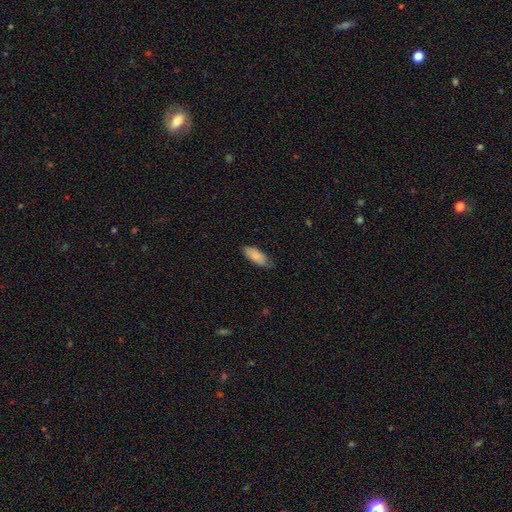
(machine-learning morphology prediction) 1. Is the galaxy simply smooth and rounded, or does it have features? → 80% smooth, 14% featured or disk, 6% star or artifact.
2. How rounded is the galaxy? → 82% in between, 16% cigar-shaped, 2% round.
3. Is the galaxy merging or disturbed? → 70% none, 25% minor disturbance, 4% major disturbance, 1% merger.